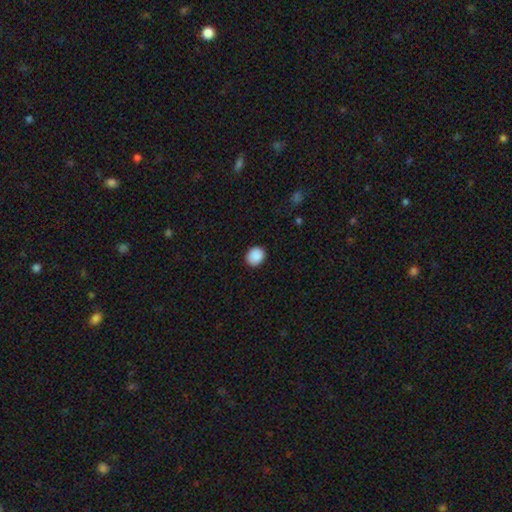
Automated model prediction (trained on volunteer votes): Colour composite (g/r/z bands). It shows a smooth galaxy with no disk features (90%) that is round (67%). Merging: none (89%).